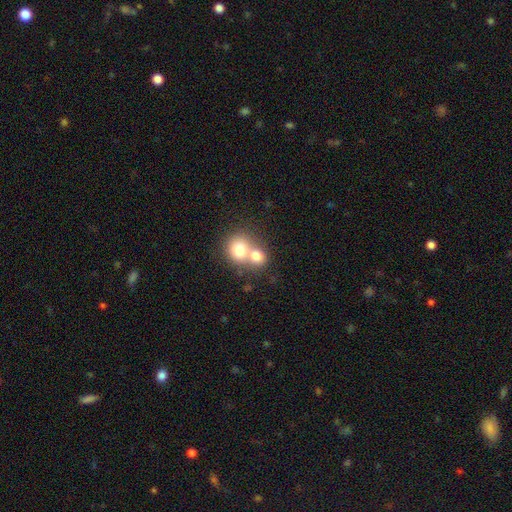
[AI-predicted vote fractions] smooth 74%, featured or disk 17%, star or artifact 9%. Down the decision tree: how rounded — round (76%); merging — merger (66%).